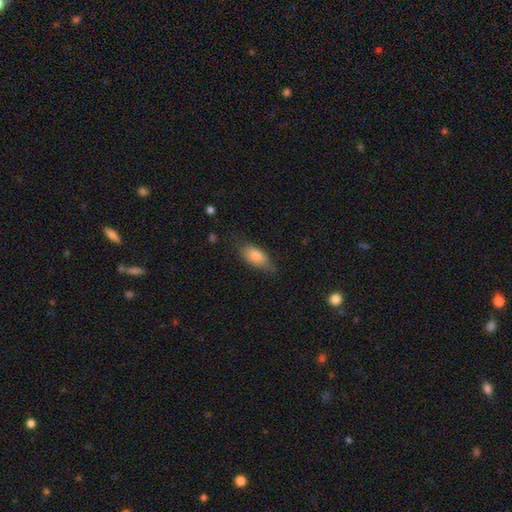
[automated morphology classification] Overall: smooth (79%). How rounded: in between (85%). Merging: none (63%; minor disturbance 28%).